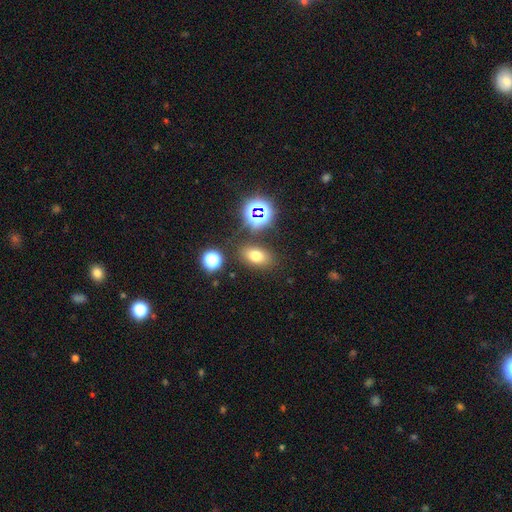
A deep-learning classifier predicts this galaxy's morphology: A smooth galaxy with no disk features (68%) that is in between round and cigar-shaped (78%).

Vote fractions:
- Smooth or featured? smooth: 68% / star or artifact: 22% / featured or disk: 11%
- How rounded? in between: 78% / round: 20% / cigar-shaped: 2%
- Merging? none: 79% / minor disturbance: 11% / merger: 6% / major disturbance: 4%